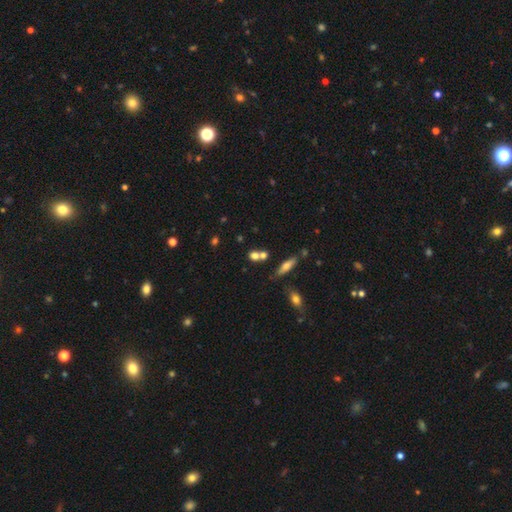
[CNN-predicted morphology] smooth-or-featured: smooth: 68% | featured or disk: 17% | star or artifact: 14%
  how-rounded: round: 58% | in between: 34% | cigar-shaped: 8%
  merging: none: 47% | merger: 39% | minor disturbance: 9% | major disturbance: 4%